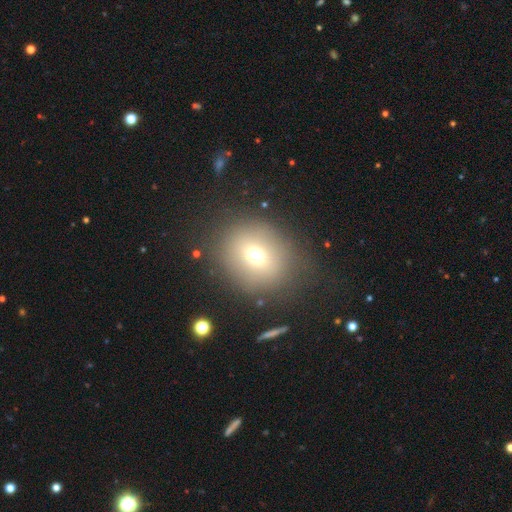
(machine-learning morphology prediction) Smooth or featured? Predicted: smooth (p=0.66). How rounded? Predicted: round (p=0.69). Merging? Predicted: none (p=0.77).